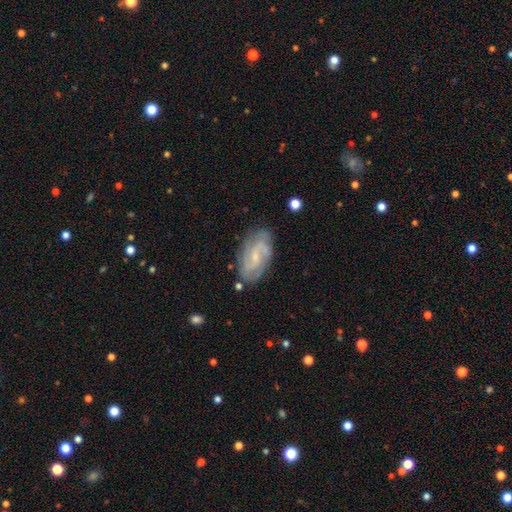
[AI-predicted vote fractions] This appears to be a featured or disk galaxy (81%) with a weak bar (50%), 2 (61%) medium (46%) spiral arms (95%) and a small central bulge (70%). Merging: none (77%).